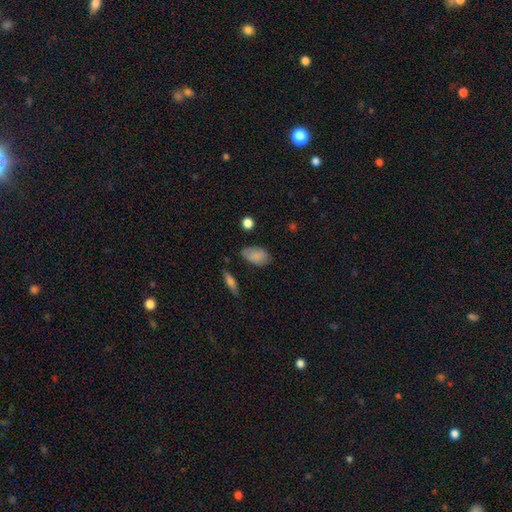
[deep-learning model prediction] Smooth or featured? Predicted: smooth (p=0.85). How rounded? Predicted: in between (p=0.91). Merging? Predicted: none (p=0.75).